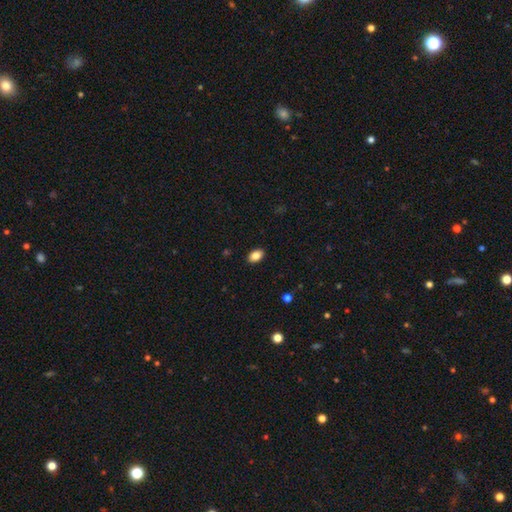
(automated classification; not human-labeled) Q: Smooth or featured?
A: smooth (85%); runner-up: star or artifact (8%)
Q: How rounded?
A: in between (89%); runner-up: round (9%)
Q: Merging?
A: none (89%); runner-up: minor disturbance (8%)